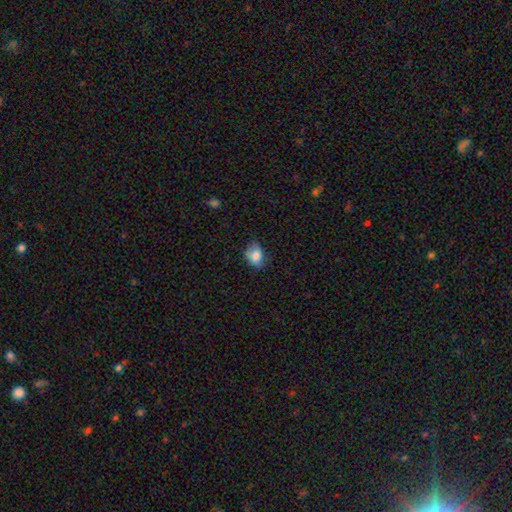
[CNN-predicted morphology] This appears to be a smooth galaxy with no disk features (82%) that is in between round and cigar-shaped (71%). Merging: none (59%).